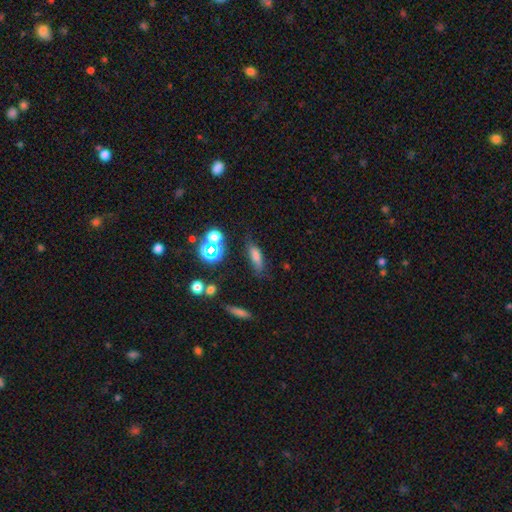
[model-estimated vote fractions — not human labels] Smooth or featured? Predicted: smooth (p=0.69). How rounded? Predicted: cigar-shaped (p=0.51). Merging? Predicted: none (p=0.67).